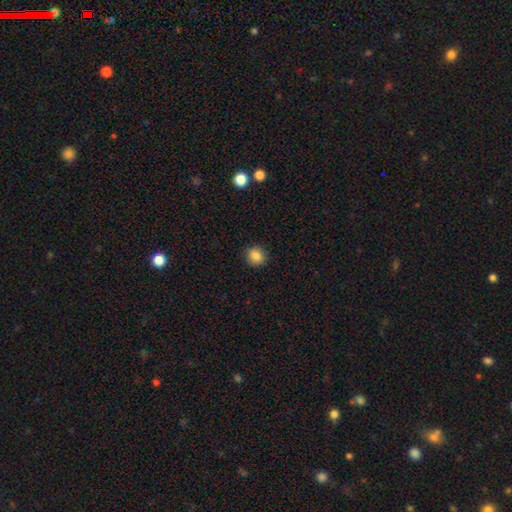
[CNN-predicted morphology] A smooth galaxy with no disk features (85%) that is round (87%).

Vote fractions:
- Smooth or featured? smooth: 85% / star or artifact: 10% / featured or disk: 5%
- How rounded? round: 87% / in between: 12% / cigar-shaped: 1%
- Merging? none: 91% / minor disturbance: 7% / major disturbance: 2% / merger: 1%